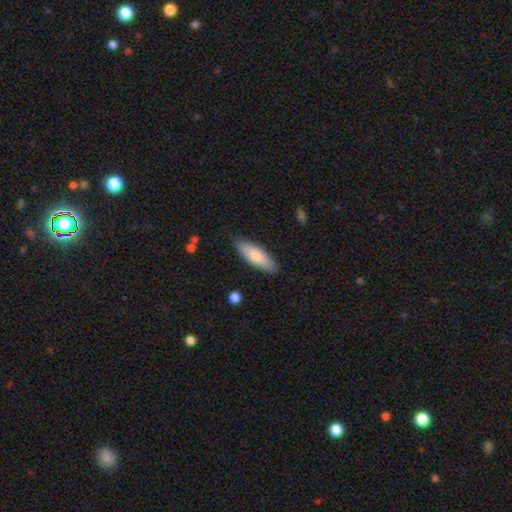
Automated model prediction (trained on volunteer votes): This appears to be a smooth galaxy with no disk features (78%) that is in between round and cigar-shaped (54%). Merging: none (83%).